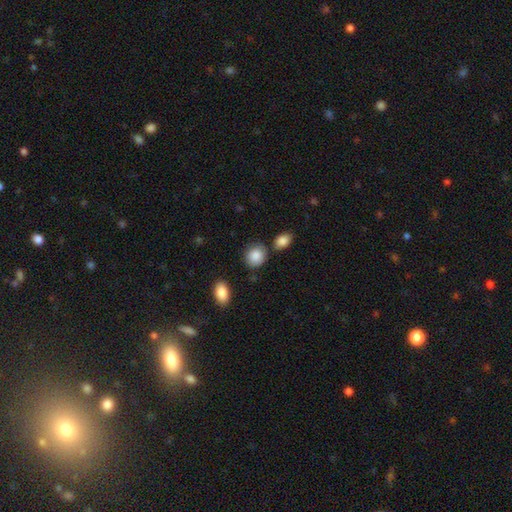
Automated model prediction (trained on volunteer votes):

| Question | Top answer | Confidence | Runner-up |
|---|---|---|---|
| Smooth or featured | smooth | 88% | star or artifact (7%) |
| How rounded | round | 68% | in between (31%) |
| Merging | none | 76% | minor disturbance (14%) |